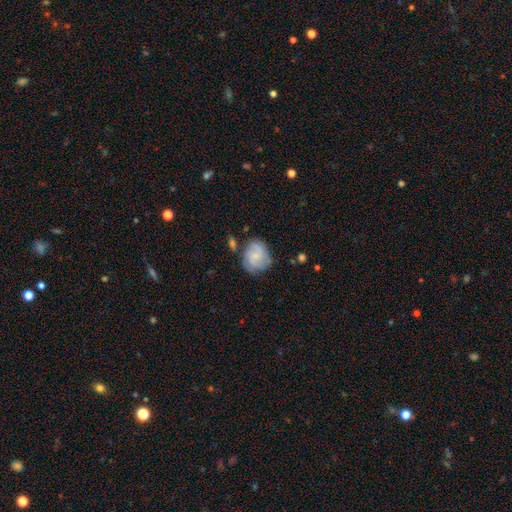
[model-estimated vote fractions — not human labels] smooth-or-featured: featured or disk: 64% | smooth: 28% | star or artifact: 7%
  disk-edge-on: no: 98% | yes: 2%
    bar: no: 63% | weak: 32% | strong: 5%
    has-spiral-arms: yes: 91% | no: 9%
      spiral-winding: tight: 44% | medium: 41% | loose: 15%
      spiral-arm-count: 3: 31% | 2: 27% | can't tell: 26% | 4: 7% | 1: 5% | more than 4: 4%
    bulge-size: small: 61% | none: 19% | moderate: 17% | large: 2% | dominant: 1%
  merging: none: 66% | minor disturbance: 21% | major disturbance: 8% | merger: 5%